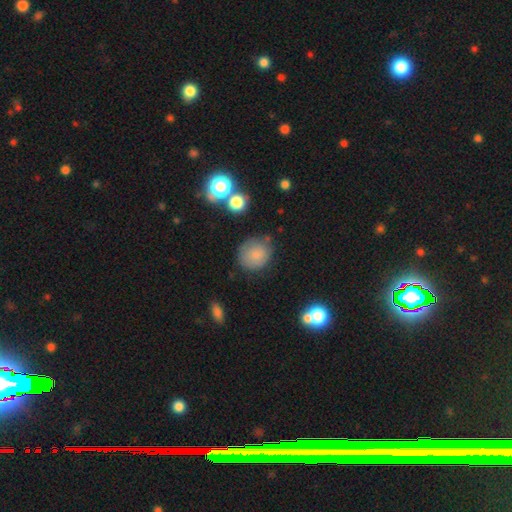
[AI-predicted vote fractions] Smooth or featured: smooth — 80% (star or artifact — 10%)
How rounded: round — 77% (in between — 21%)
Merging: none — 71% (minor disturbance — 19%)